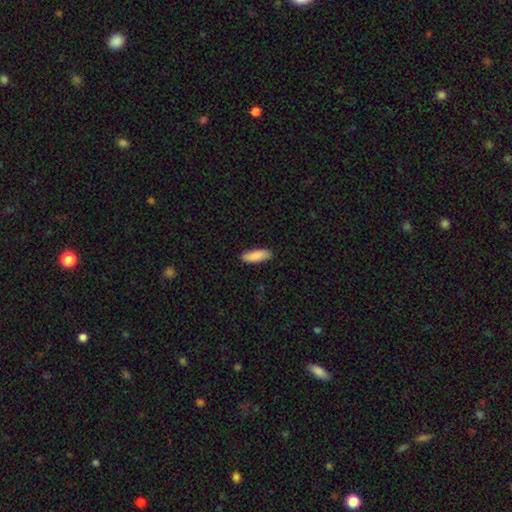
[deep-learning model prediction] smooth 88%, featured or disk 6%, star or artifact 5%. Down the decision tree: how rounded — in between (60%); merging — none (89%).